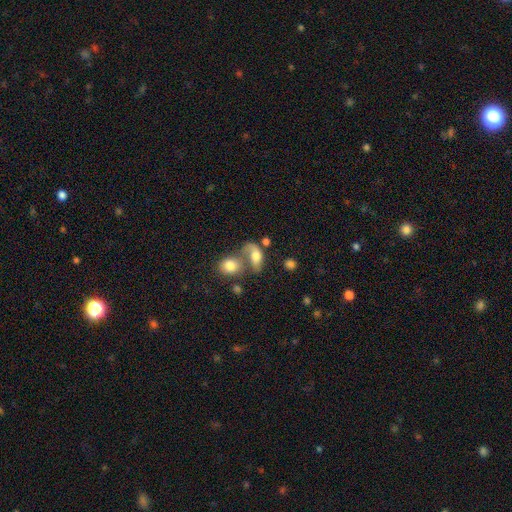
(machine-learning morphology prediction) smooth_or_featured: smooth (p=0.65) [alt: featured or disk p=0.26]
how_rounded: in between (p=0.81) [alt: round p=0.14]
merging: merger (p=0.54) [alt: none p=0.20]